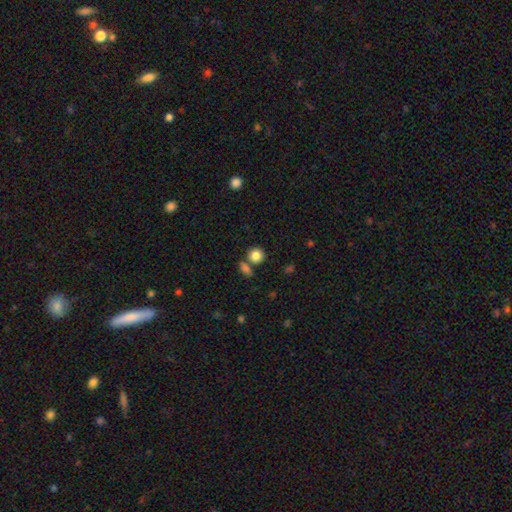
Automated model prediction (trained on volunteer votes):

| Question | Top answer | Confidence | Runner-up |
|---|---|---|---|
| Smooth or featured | smooth | 84% | star or artifact (9%) |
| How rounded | round | 86% | in between (12%) |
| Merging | none | 69% | merger (19%) |